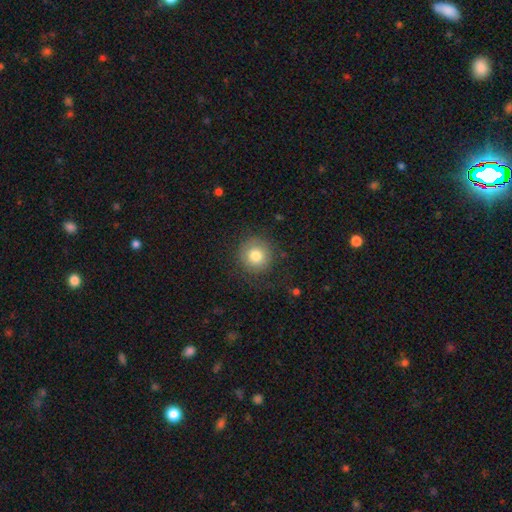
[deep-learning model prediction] Smooth or featured: smooth — 78% (featured or disk — 12%)
How rounded: round — 94% (in between — 5%)
Merging: none — 82% (minor disturbance — 11%)